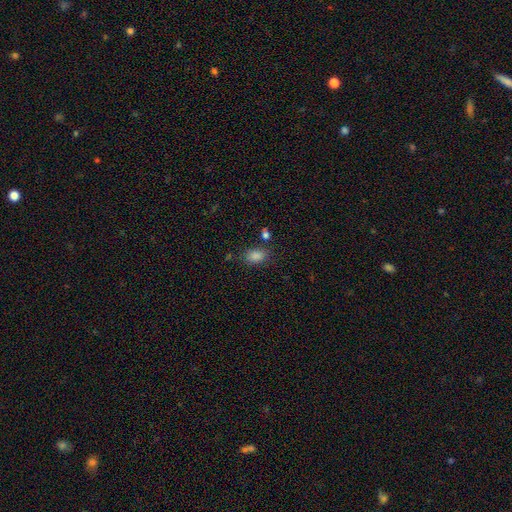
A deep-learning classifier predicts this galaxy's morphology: Smooth or featured: smooth — 83% (star or artifact — 12%)
How rounded: in between — 83% (round — 15%)
Merging: none — 77% (minor disturbance — 13%)